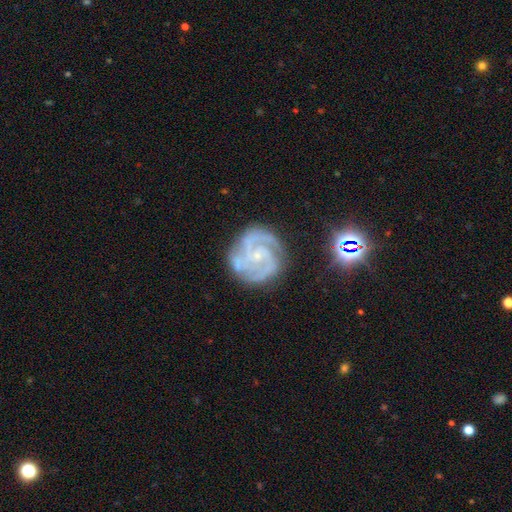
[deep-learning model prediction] Overall: featured or disk (89%). Edge-on disk: no (98%). Bar: no (66%; weak 27%). Spiral arms: yes (98%). Spiral arm count: 3 (47%; 2 24%). Spiral winding: tight (61%; medium 34%). Bulge size: small (79%). Merging: none (73%).